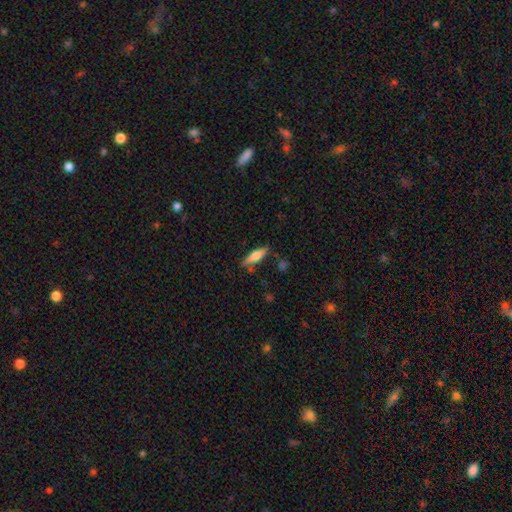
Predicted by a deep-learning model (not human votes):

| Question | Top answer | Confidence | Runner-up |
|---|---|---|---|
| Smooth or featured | smooth | 62% | featured or disk (32%) |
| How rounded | cigar-shaped | 60% | in between (38%) |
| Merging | none | 80% | minor disturbance (14%) |